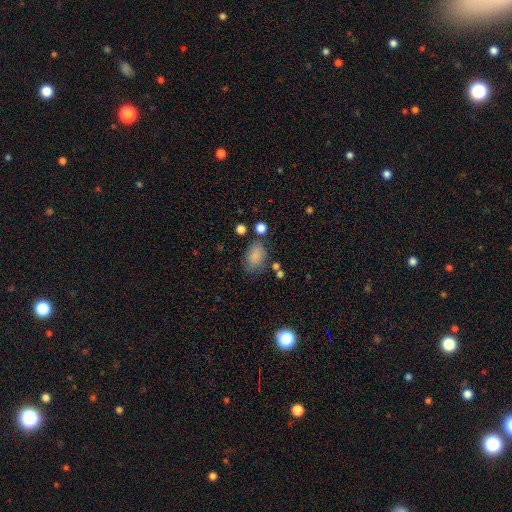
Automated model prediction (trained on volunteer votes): Smooth or featured: smooth — 82% (star or artifact — 10%)
How rounded: in between — 80% (round — 18%)
Merging: none — 62% (minor disturbance — 23%)